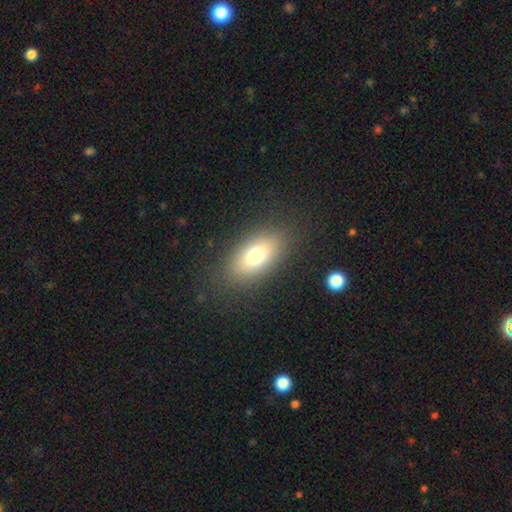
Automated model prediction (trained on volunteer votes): Overall: smooth (75%). How rounded: in between (88%). Merging: none (85%).